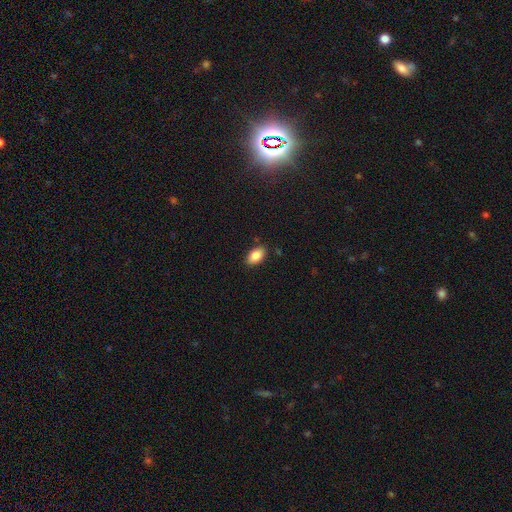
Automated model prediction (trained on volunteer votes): smooth_or_featured: smooth (p=0.86) [alt: star or artifact p=0.07]
how_rounded: in between (p=0.92) [alt: round p=0.06]
merging: none (p=0.86) [alt: minor disturbance p=0.10]